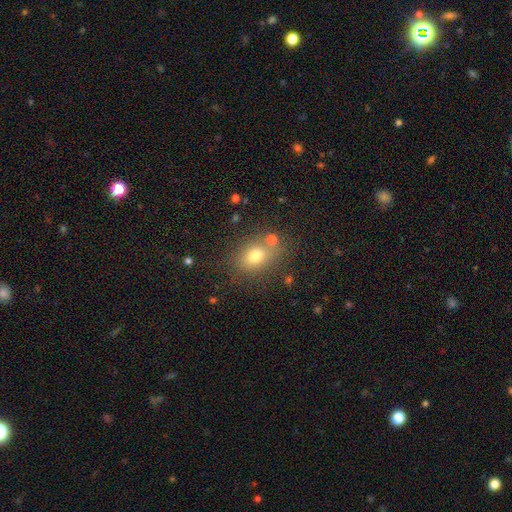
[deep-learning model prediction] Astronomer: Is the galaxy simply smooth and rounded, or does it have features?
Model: smooth — 74%.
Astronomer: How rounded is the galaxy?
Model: in between — 61% (runner-up: round, 37%).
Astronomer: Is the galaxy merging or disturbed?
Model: none — 67%.